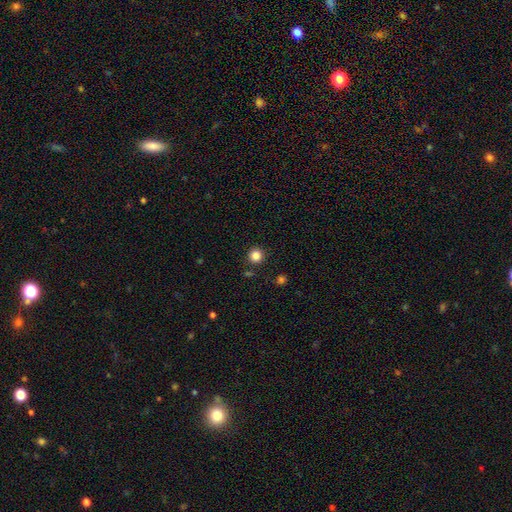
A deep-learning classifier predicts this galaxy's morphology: Q: Smooth or featured?
A: smooth (85%); runner-up: star or artifact (12%)
Q: How rounded?
A: round (95%); runner-up: in between (4%)
Q: Merging?
A: none (90%); runner-up: minor disturbance (6%)